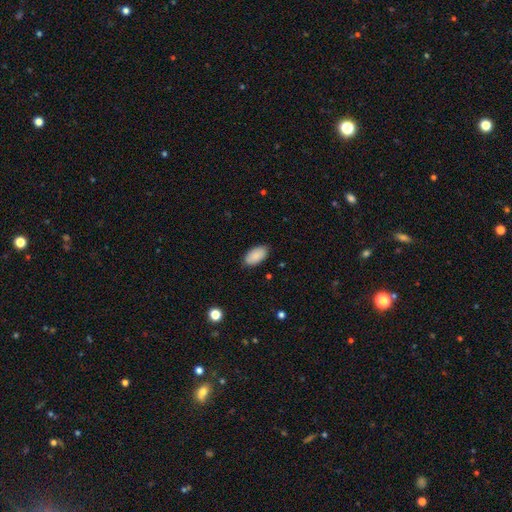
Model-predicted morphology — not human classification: Smooth or featured?
  - smooth: 89% *
  - star or artifact: 7%
  - featured or disk: 5%
How rounded?
  - in between: 95% *
  - round: 3%
  - cigar-shaped: 2%
Merging?
  - none: 86% *
  - minor disturbance: 11%
  - major disturbance: 2%
  - merger: 1%